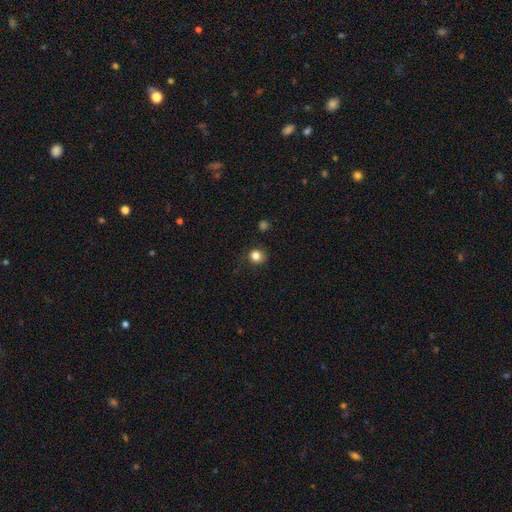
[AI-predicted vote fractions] Morphology: type=smooth (82%); roundness=round (90%); merging=none (84%).